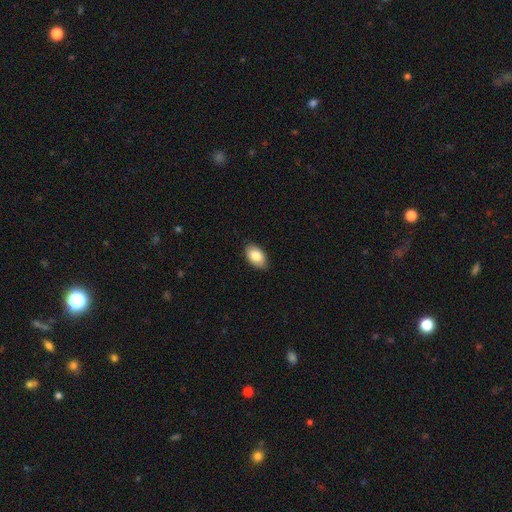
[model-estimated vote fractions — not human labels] Overall: smooth (83%). How rounded: in between (92%). Merging: none (87%).